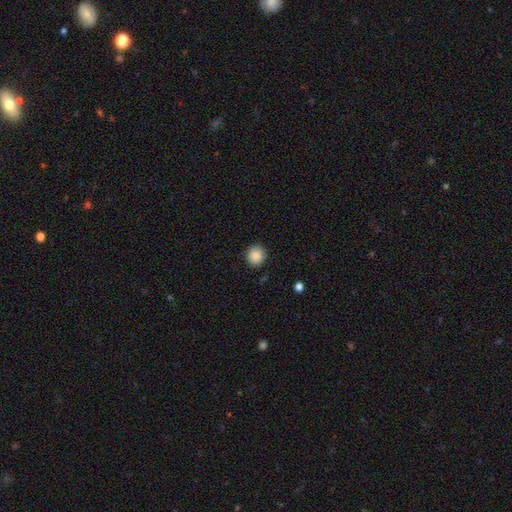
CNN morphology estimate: Smooth or featured? Predicted: smooth (p=0.87). How rounded? Predicted: round (p=0.88). Merging? Predicted: none (p=0.90).